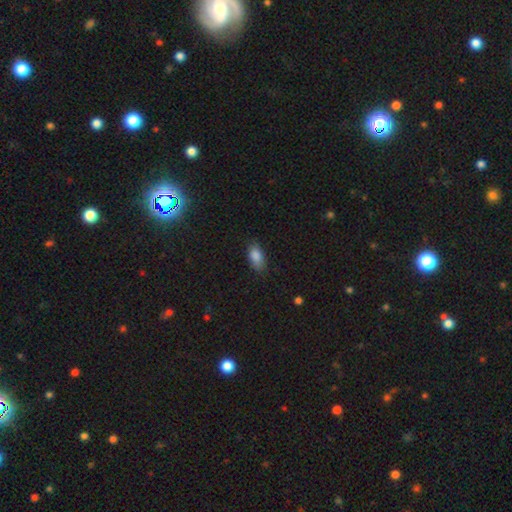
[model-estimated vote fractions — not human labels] Morphology: type=smooth (86%); roundness=in between (90%); merging=none (79%).